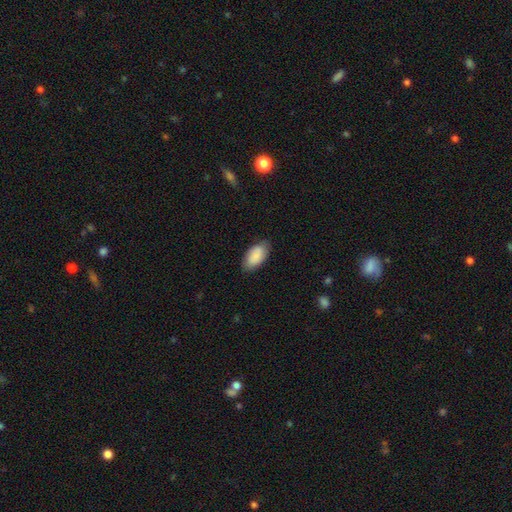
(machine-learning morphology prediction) Smooth or featured? Predicted: smooth (p=0.86). How rounded? Predicted: in between (p=0.95). Merging? Predicted: none (p=0.80).